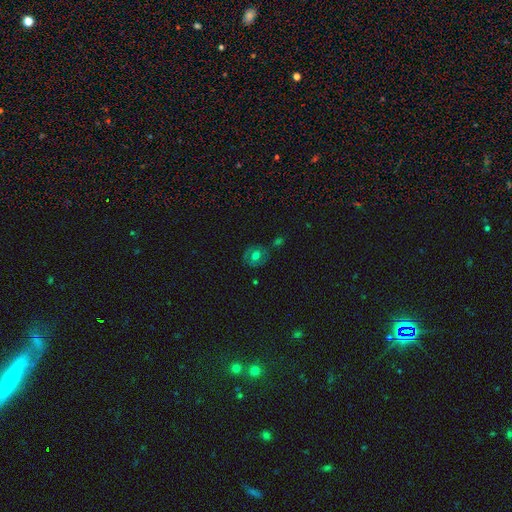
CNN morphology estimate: This is possibly a smooth galaxy (49%). Merging: likely none (68%).